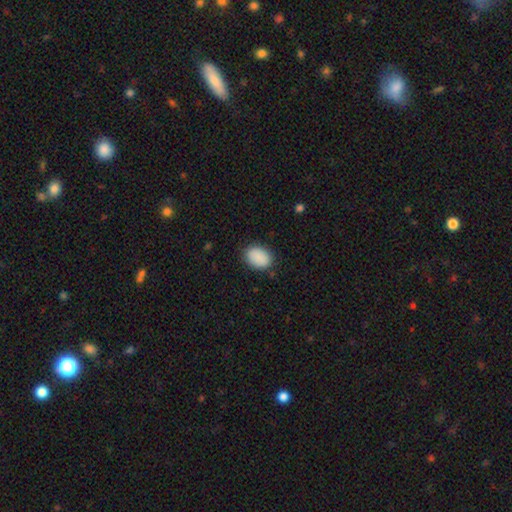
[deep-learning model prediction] This is clearly a smooth galaxy (90%). How rounded: likely in between (77%). Merging: clearly none (85%).